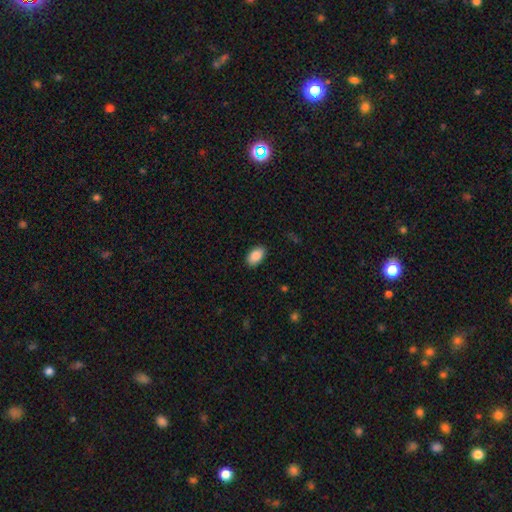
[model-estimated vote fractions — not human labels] Morphology: type=smooth (89%); roundness=in between (93%); merging=none (88%).